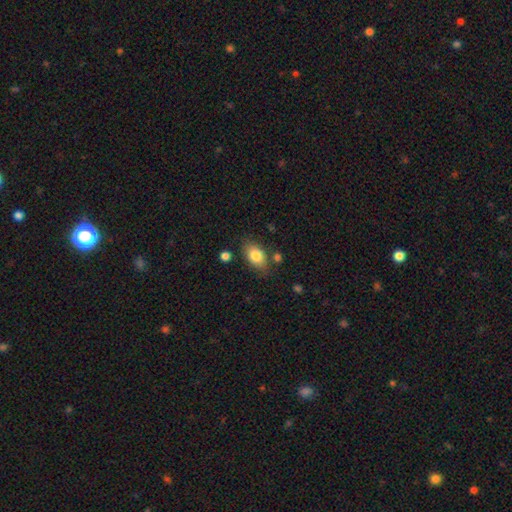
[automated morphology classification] Q: Smooth or featured?
A: smooth (83%); runner-up: featured or disk (10%)
Q: How rounded?
A: in between (87%); runner-up: round (11%)
Q: Merging?
A: none (77%); runner-up: minor disturbance (15%)